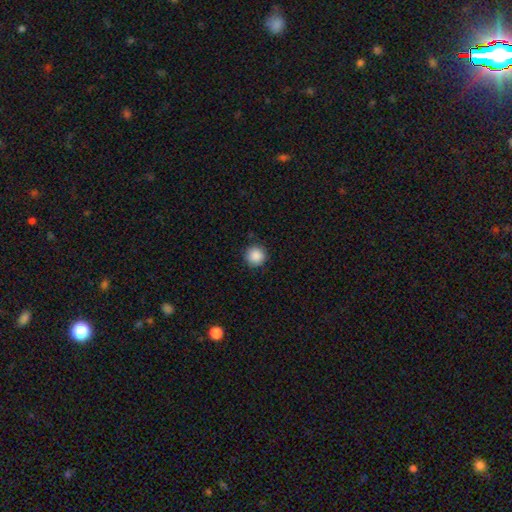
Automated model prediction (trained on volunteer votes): Smooth or featured?
  - smooth: 88% *
  - star or artifact: 9%
  - featured or disk: 3%
How rounded?
  - round: 96% *
  - in between: 4%
  - cigar-shaped: 1%
Merging?
  - none: 90% *
  - minor disturbance: 7%
  - major disturbance: 2%
  - merger: 1%